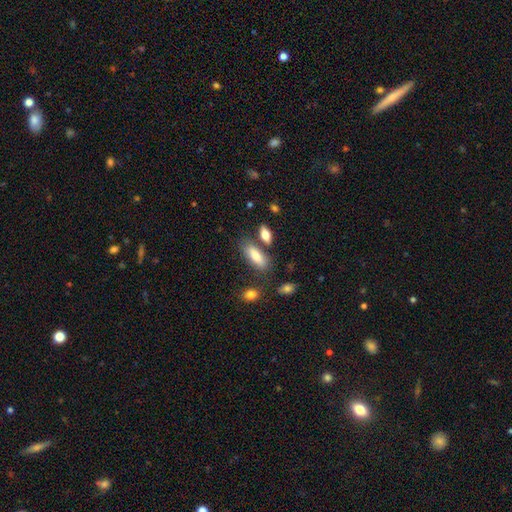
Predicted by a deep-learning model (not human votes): Morphology: type=smooth (80%); roundness=in between (71%); merging=none (67%).